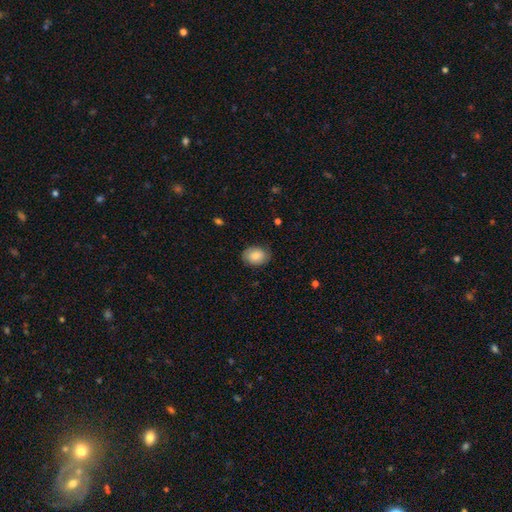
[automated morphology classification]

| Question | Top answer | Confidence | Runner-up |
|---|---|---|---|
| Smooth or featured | smooth | 81% | featured or disk (12%) |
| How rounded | in between | 71% | round (28%) |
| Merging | none | 83% | minor disturbance (13%) |